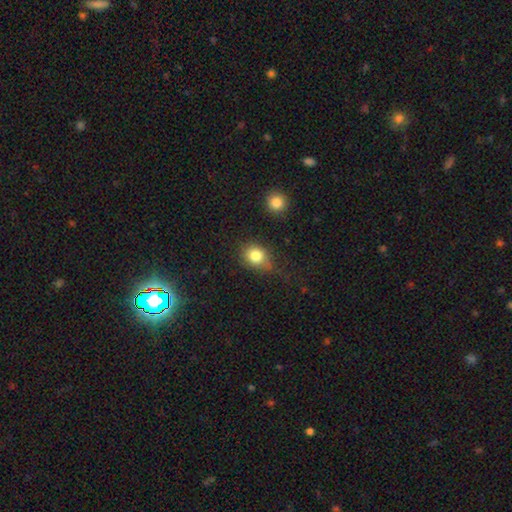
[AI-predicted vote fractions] Morphology: type=smooth (81%); roundness=round (58%); merging=none (62%).